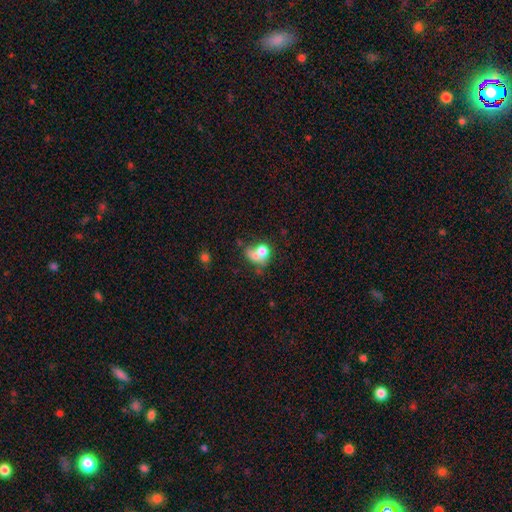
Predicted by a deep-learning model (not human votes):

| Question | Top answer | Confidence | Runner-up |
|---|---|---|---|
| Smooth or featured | smooth | 64% | featured or disk (24%) |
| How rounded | round | 54% | in between (45%) |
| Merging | merger | 60% | none (23%) |